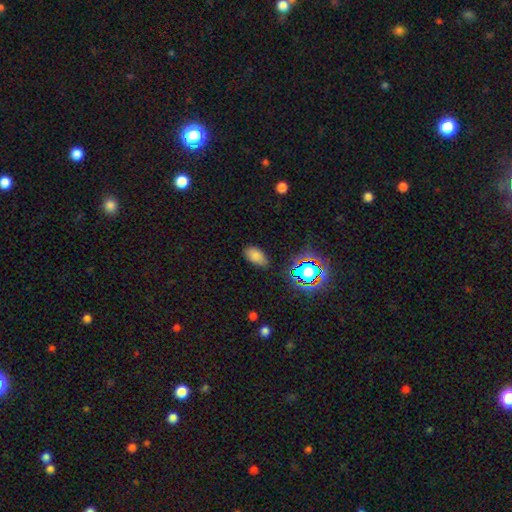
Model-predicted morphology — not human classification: smooth 76%, star or artifact 18%, featured or disk 6%. Down the decision tree: how rounded — in between (92%); merging — none (80%).